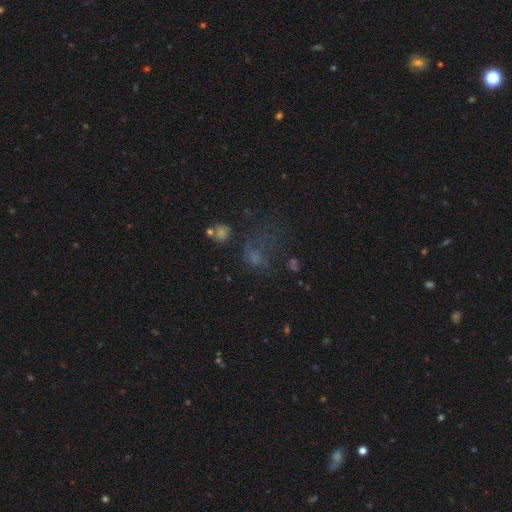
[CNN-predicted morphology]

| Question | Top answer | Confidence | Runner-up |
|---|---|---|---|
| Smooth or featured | smooth | 42% | star or artifact (33%) |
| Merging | major disturbance | 39% | none (35%) |